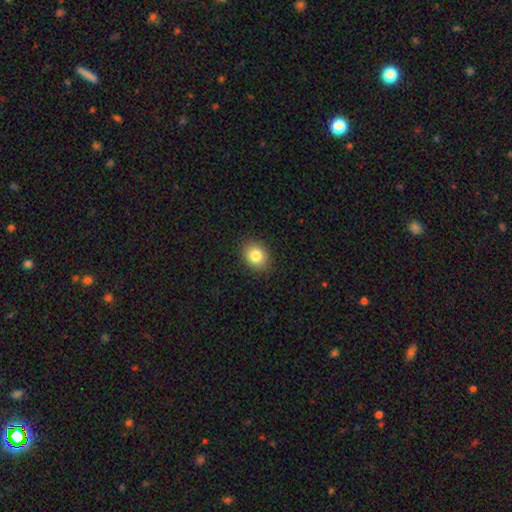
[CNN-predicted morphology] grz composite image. It shows a smooth galaxy with no disk features (84%) that is in between round and cigar-shaped (50%). Merging: none (89%).